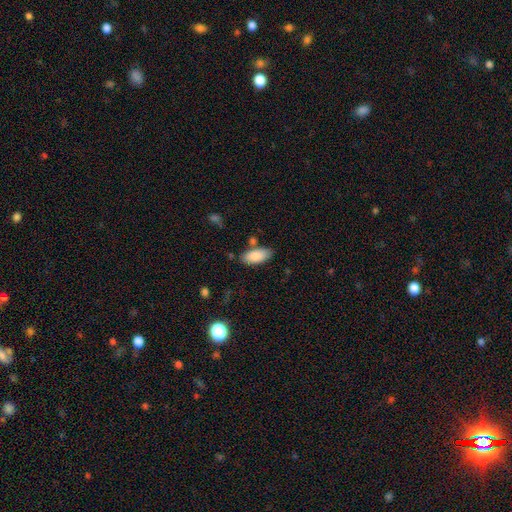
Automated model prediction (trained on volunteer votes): smooth 87%, featured or disk 7%, star or artifact 6%. Down the decision tree: how rounded — in between (89%); merging — none (76%).